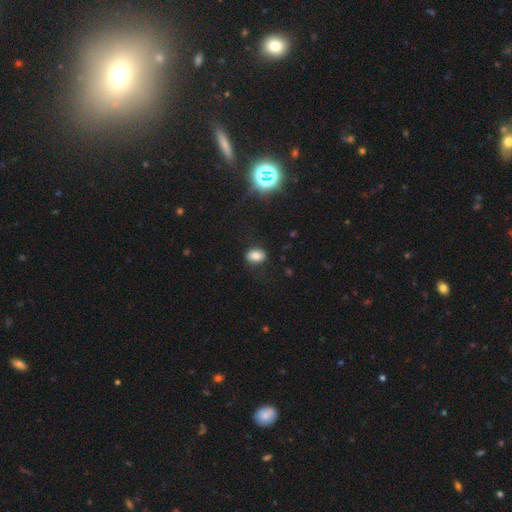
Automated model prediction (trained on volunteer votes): Morphology: type=smooth (79%); roundness=in between (80%); merging=none (81%).